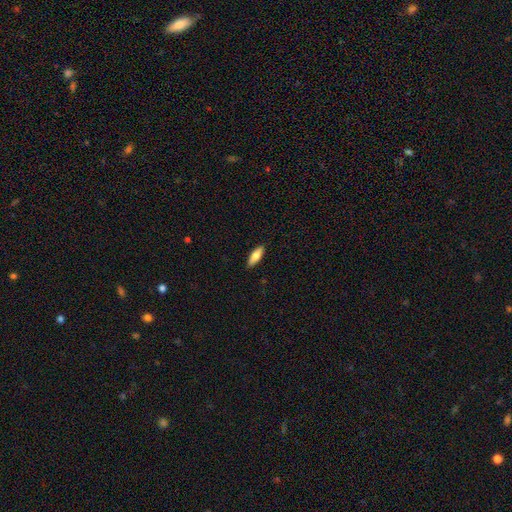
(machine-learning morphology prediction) The model was most divided on "how rounded": in between: 63%, cigar-shaped: 35%, round: 2%. More confident: merging — none (89%); smooth or featured — smooth (77%).